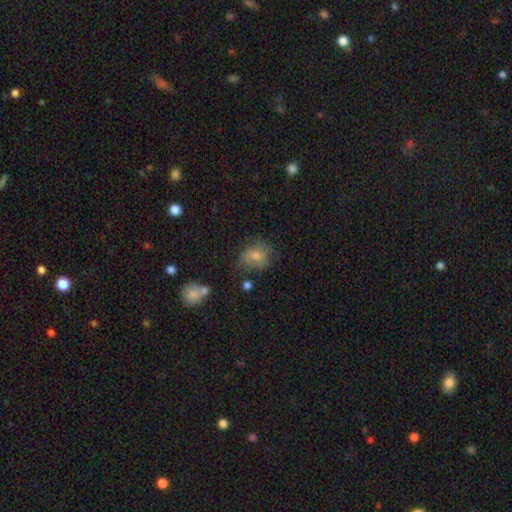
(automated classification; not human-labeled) Smooth or featured? smooth (66%)
How rounded? round (62%)
Merging? none (71%)